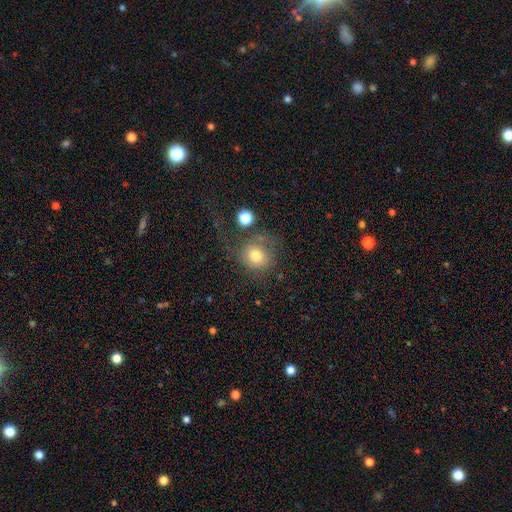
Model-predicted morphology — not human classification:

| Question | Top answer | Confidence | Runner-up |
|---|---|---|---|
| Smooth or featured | smooth | 74% | featured or disk (14%) |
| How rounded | round | 80% | in between (19%) |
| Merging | none | 48% | major disturbance (22%) |